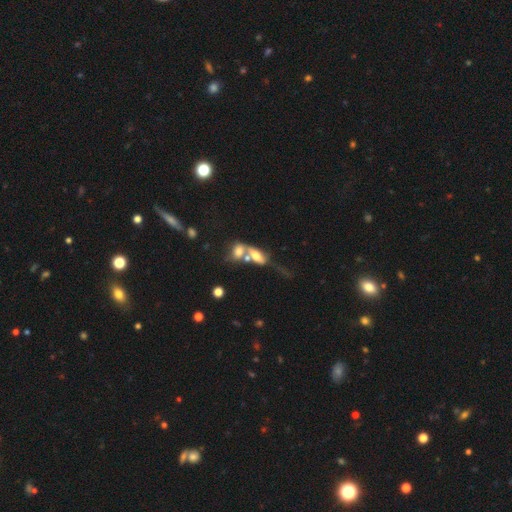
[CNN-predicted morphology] Overall: smooth (54%; featured or disk 36%). How rounded: in between (75%). Merging: merger (70%).